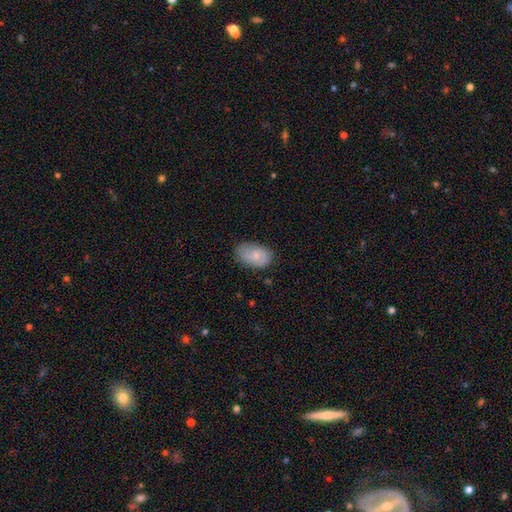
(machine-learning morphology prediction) The model was most divided on "smooth or featured": smooth: 69%, featured or disk: 25%, star or artifact: 7%. More confident: how rounded — in between (91%); merging — none (70%).